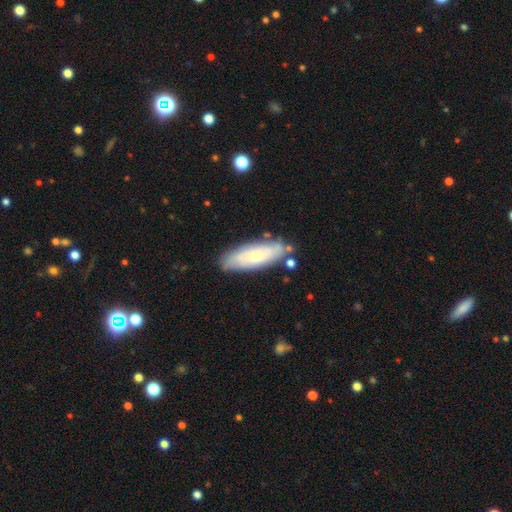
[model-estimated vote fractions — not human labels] Morphology: type=smooth (54%); roundness=in between (59%); merging=none (78%).